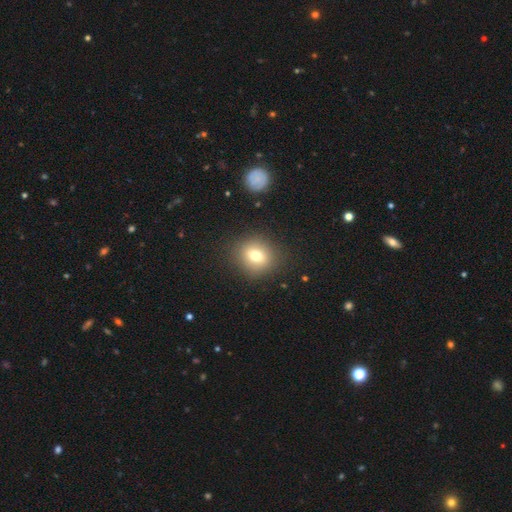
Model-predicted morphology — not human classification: This is likely a smooth galaxy (72%). How rounded: likely round (79%). Merging: clearly none (87%).